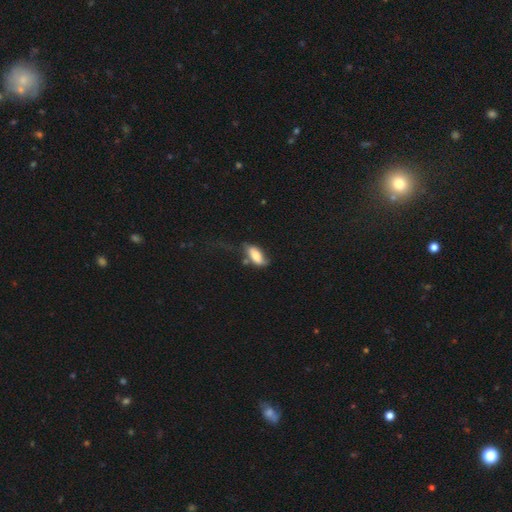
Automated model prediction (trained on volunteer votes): Morphology: type=smooth (73%); roundness=in between (86%); merging=none (38%).